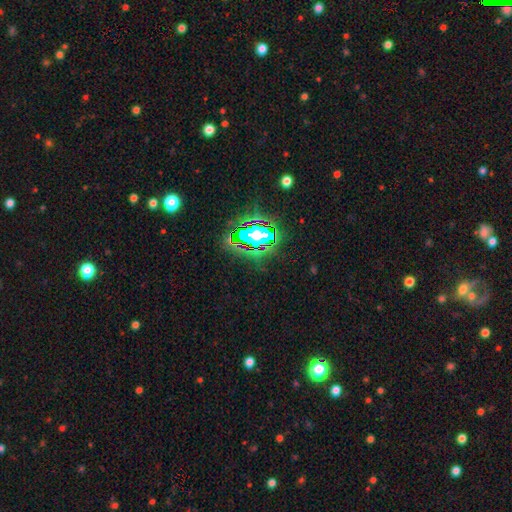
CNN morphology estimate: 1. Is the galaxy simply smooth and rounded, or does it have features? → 77% star or artifact, 13% smooth, 10% featured or disk.